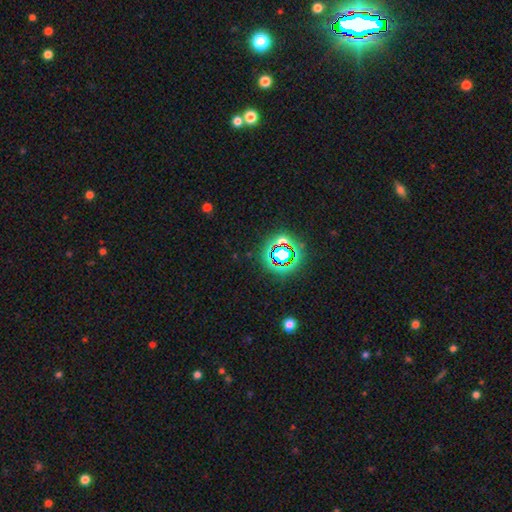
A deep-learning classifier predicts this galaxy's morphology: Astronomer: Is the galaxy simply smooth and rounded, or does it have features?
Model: star or artifact — 78%.